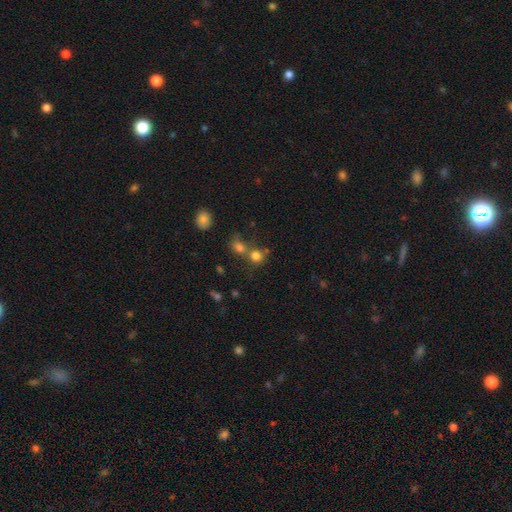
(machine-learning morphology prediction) This is likely a smooth galaxy (77%). How rounded: clearly round (82%). Merging: possibly none (46%).